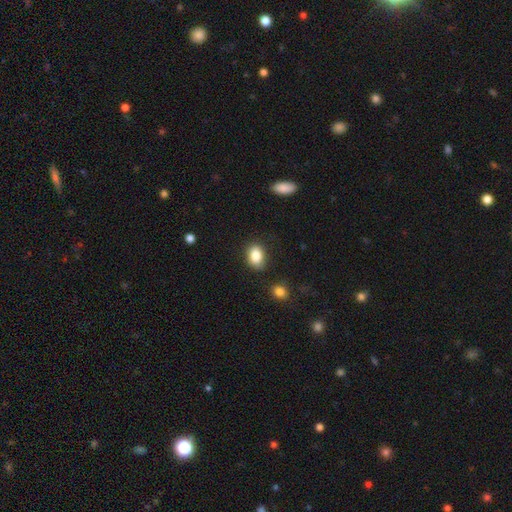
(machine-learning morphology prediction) Smooth or featured? smooth (86%)
How rounded? in between (79%)
Merging? none (82%)